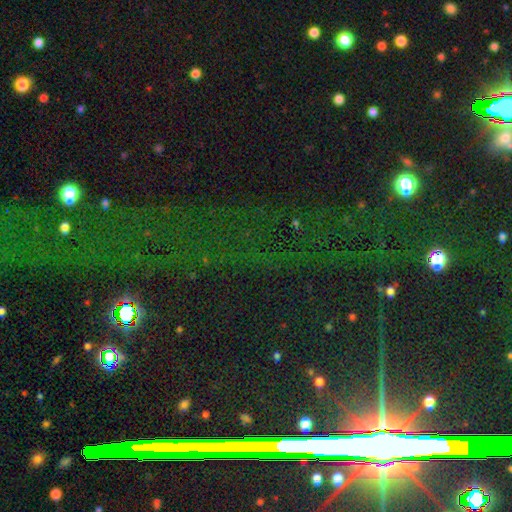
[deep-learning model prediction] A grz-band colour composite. It shows a star or artifact, not a galaxy (80%).